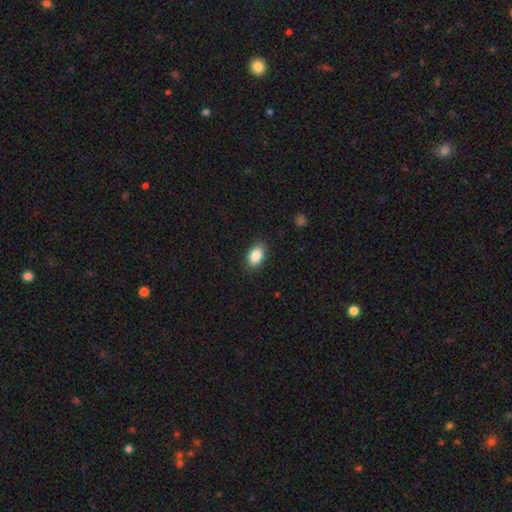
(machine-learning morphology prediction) Smooth or featured? Predicted: smooth (p=0.87). How rounded? Predicted: in between (p=0.90). Merging? Predicted: none (p=0.86).